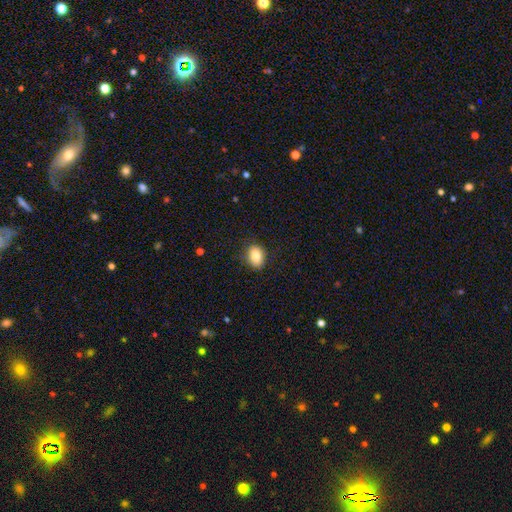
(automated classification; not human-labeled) smooth 84%, star or artifact 8%, featured or disk 7%. Down the decision tree: how rounded — in between (69%); merging — none (86%).